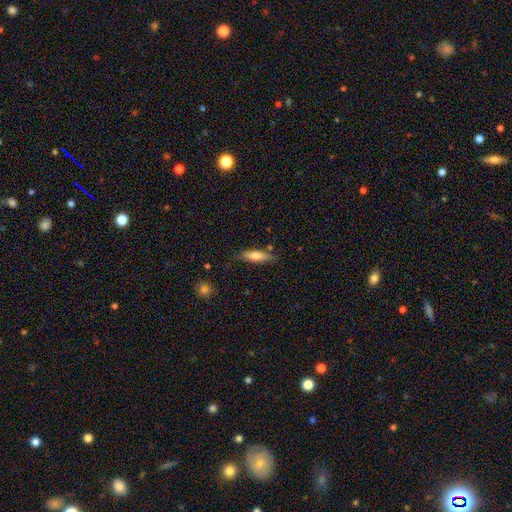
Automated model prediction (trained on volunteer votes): Smooth or featured: smooth — 65% (featured or disk — 29%)
How rounded: cigar-shaped — 72% (in between — 26%)
Merging: none — 77% (minor disturbance — 17%)